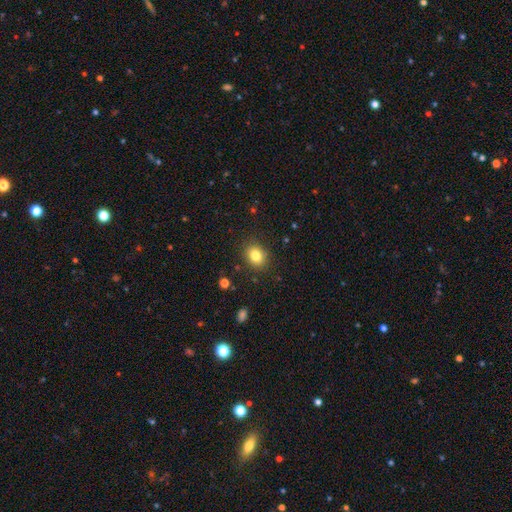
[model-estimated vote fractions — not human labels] Q: Smooth or featured?
A: smooth (83%); runner-up: star or artifact (10%)
Q: How rounded?
A: in between (52%); runner-up: round (47%)
Q: Merging?
A: none (87%); runner-up: minor disturbance (9%)